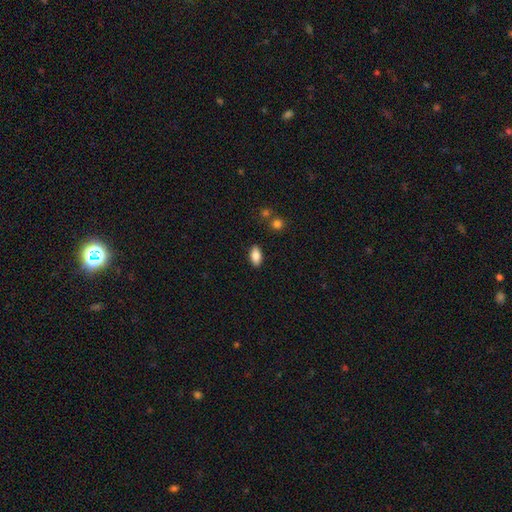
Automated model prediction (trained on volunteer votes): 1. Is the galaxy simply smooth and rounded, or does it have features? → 84% smooth, 8% featured or disk, 8% star or artifact.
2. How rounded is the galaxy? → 91% in between, 6% cigar-shaped, 3% round.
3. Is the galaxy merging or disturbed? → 88% none, 8% minor disturbance, 2% major disturbance, 2% merger.